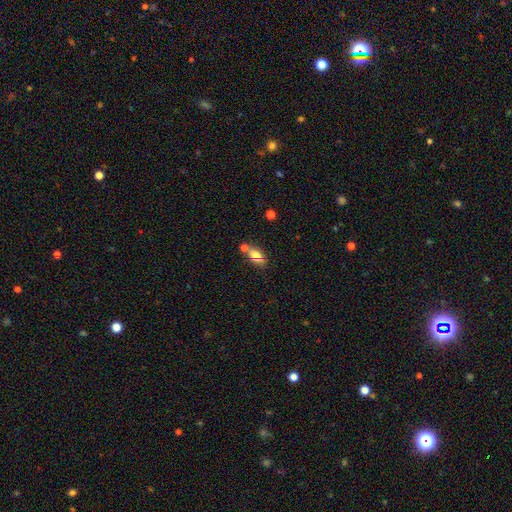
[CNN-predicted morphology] This appears to be a smooth galaxy with no disk features (68%) that is in between round and cigar-shaped (79%). Merging: none (53%).